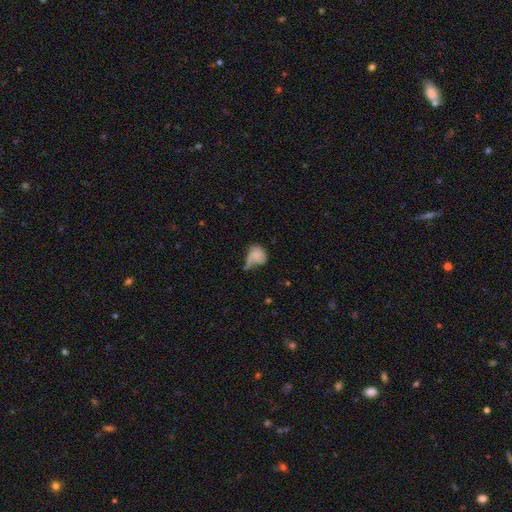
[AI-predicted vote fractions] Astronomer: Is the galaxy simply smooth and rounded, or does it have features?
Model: smooth — 54% (runner-up: featured or disk, 35%).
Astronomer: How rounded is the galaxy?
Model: in between — 52% (runner-up: round, 46%).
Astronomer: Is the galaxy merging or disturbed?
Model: major disturbance — 28%, tied with none at 28%.